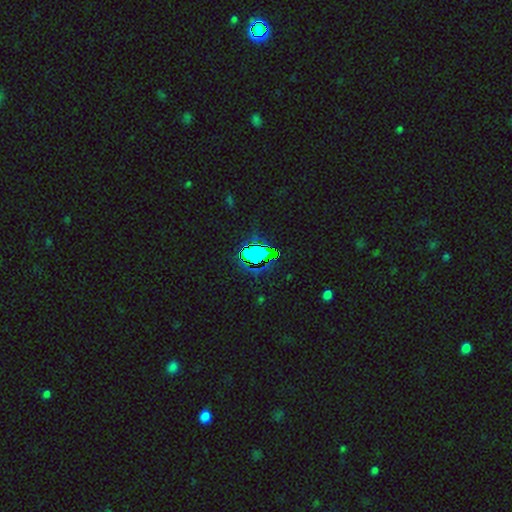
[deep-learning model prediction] smooth-or-featured: star or artifact: 69% | smooth: 19% | featured or disk: 11%